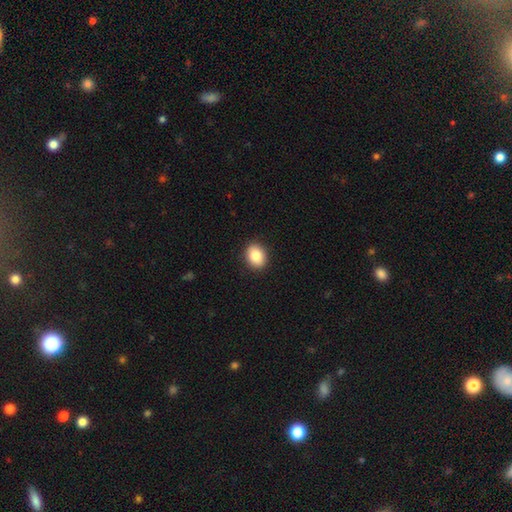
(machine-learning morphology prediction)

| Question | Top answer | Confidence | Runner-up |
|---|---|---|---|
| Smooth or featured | smooth | 87% | star or artifact (8%) |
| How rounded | in between | 54% | round (45%) |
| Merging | none | 90% | minor disturbance (7%) |